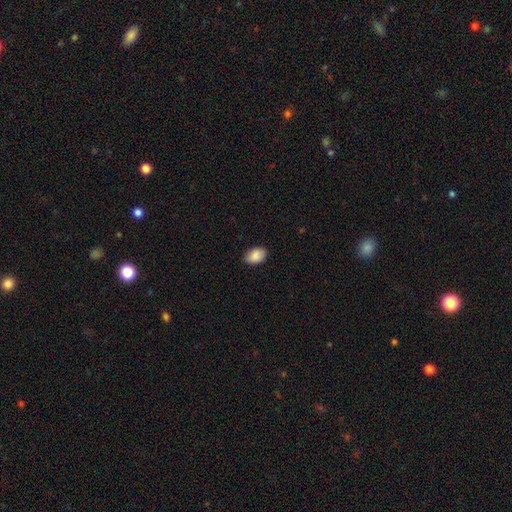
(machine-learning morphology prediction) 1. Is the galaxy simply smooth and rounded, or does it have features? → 88% smooth, 7% star or artifact, 5% featured or disk.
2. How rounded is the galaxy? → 85% in between, 14% round, 1% cigar-shaped.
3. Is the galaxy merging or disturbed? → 86% none, 11% minor disturbance, 2% major disturbance, 1% merger.